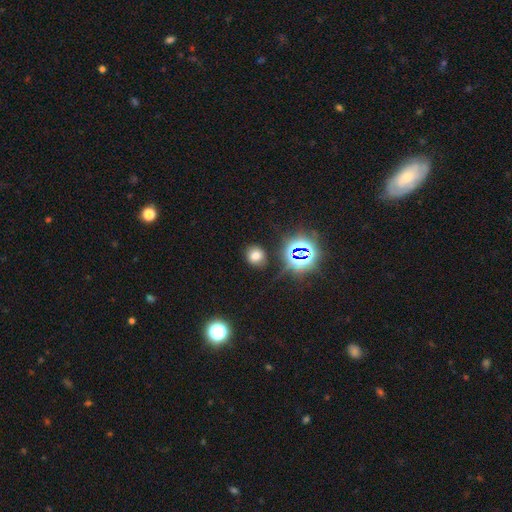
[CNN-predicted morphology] Smooth or featured?
  - smooth: 68% *
  - star or artifact: 24%
  - featured or disk: 9%
How rounded?
  - round: 76% *
  - in between: 23%
  - cigar-shaped: 1%
Merging?
  - none: 83% *
  - minor disturbance: 10%
  - major disturbance: 4%
  - merger: 3%